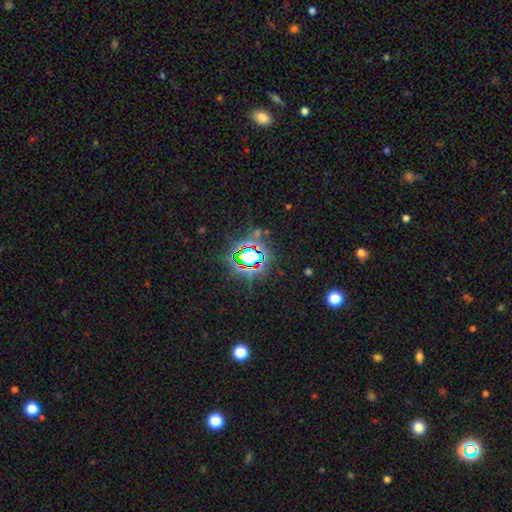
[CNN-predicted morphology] A star or artifact, not a galaxy (74%).

Vote fractions:
- Smooth or featured? star or artifact: 74% / smooth: 16% / featured or disk: 10%